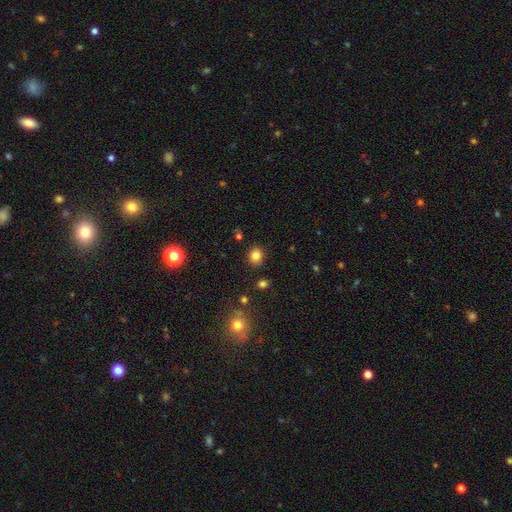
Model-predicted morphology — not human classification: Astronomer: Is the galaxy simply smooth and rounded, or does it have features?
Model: smooth — 82%.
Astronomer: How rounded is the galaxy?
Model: round — 78%.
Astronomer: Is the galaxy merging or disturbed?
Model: none — 87%.